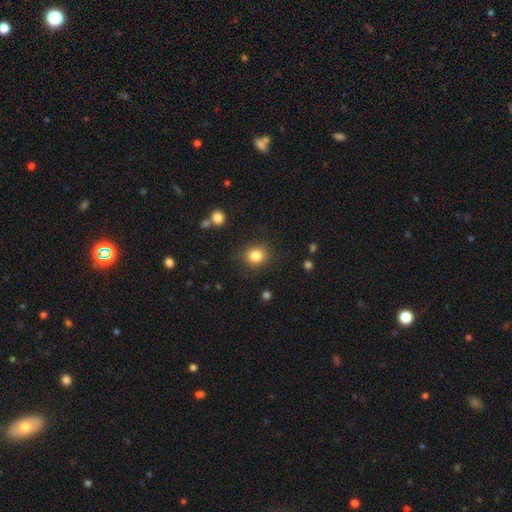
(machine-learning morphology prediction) smooth_or_featured: smooth (p=0.84) [alt: star or artifact p=0.10]
how_rounded: round (p=0.76) [alt: in between p=0.23]
merging: none (p=0.85) [alt: minor disturbance p=0.10]